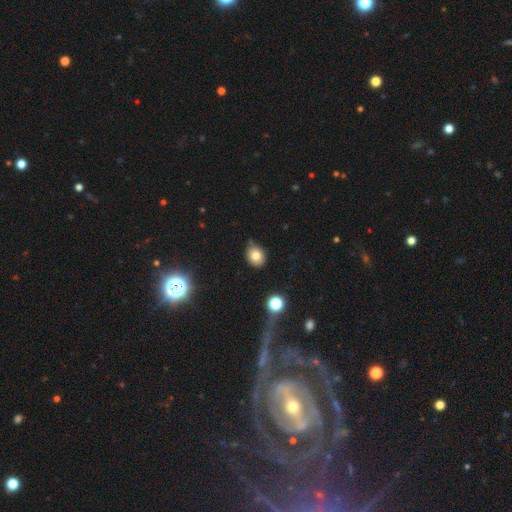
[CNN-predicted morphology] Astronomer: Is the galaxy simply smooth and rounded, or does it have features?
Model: smooth — 78%.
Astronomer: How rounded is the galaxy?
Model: round — 56% (runner-up: in between, 43%).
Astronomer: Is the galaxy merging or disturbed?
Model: none — 68%.